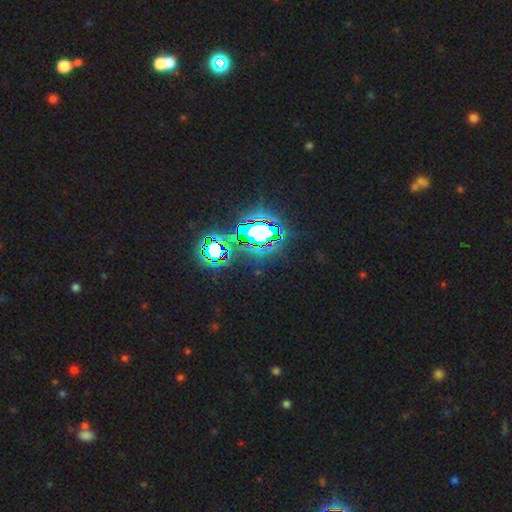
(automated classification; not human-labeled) A star or artifact, not a galaxy (82%).

Vote fractions:
- Smooth or featured? star or artifact: 82% / smooth: 11% / featured or disk: 6%